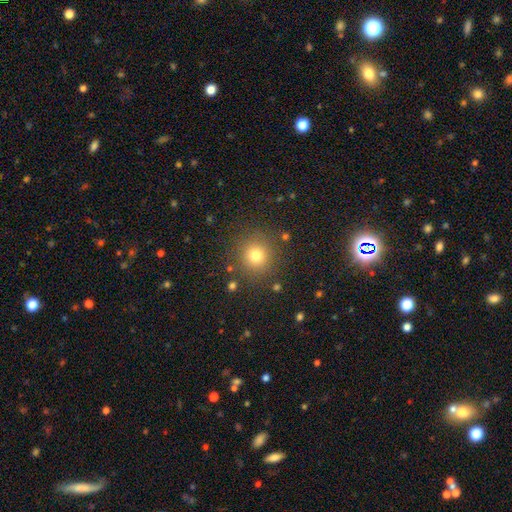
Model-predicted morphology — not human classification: Q: Smooth or featured?
A: smooth (76%); runner-up: star or artifact (16%)
Q: How rounded?
A: round (93%); runner-up: in between (6%)
Q: Merging?
A: none (87%); runner-up: minor disturbance (7%)